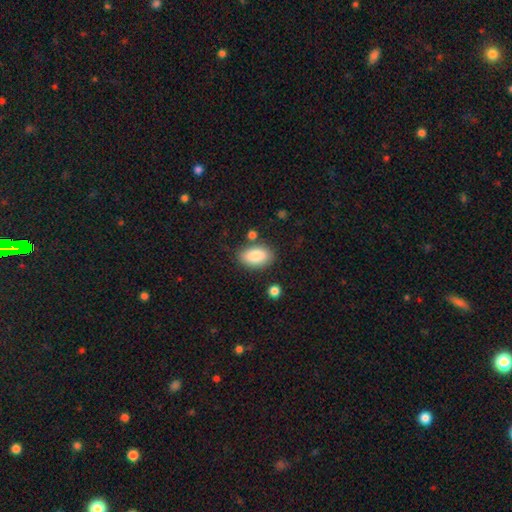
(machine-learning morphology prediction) A smooth galaxy with no disk features (86%) that is in between round and cigar-shaped (93%). Merging: none (78%).